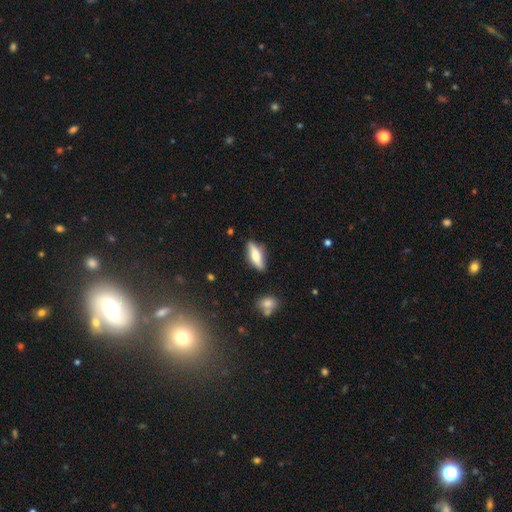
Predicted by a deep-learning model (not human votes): Morphology: type=smooth (56%); roundness=in between (55%); merging=none (79%).